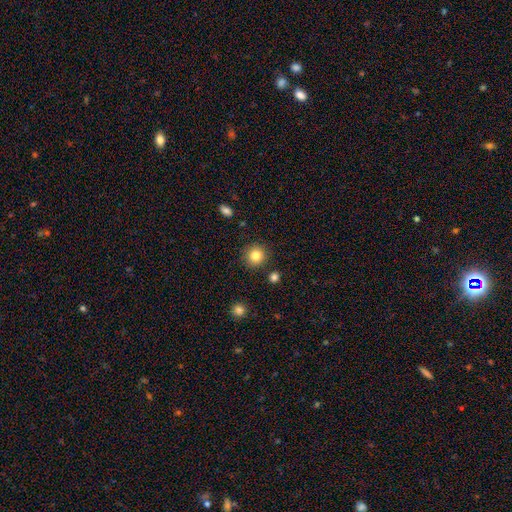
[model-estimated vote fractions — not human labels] A smooth galaxy with no disk features (83%) that is round (92%). Merging: none (89%).